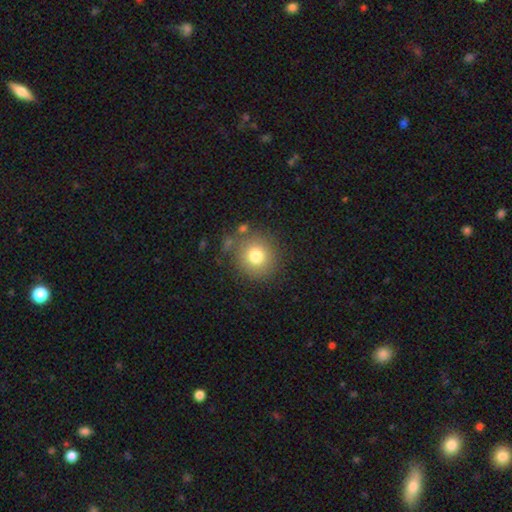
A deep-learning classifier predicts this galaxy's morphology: Overall: smooth (78%). How rounded: round (92%). Merging: none (80%).